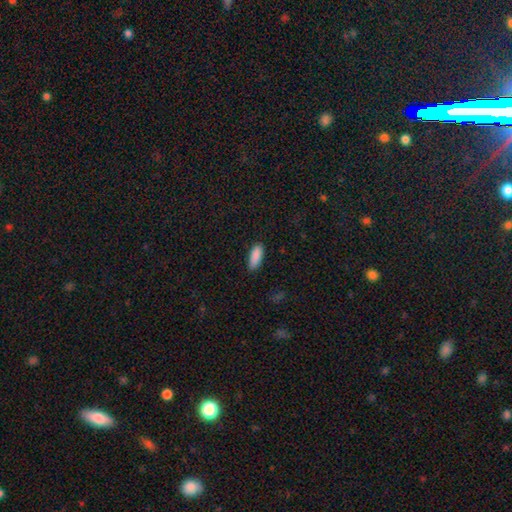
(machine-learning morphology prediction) The model was most divided on "how rounded": in between: 75%, cigar-shaped: 23%, round: 2%. More confident: smooth or featured — smooth (90%); merging — none (84%).